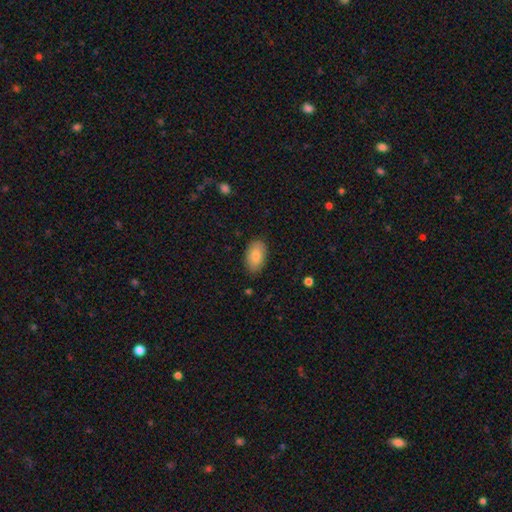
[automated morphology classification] Smooth or featured? smooth (84%)
How rounded? in between (93%)
Merging? none (84%)